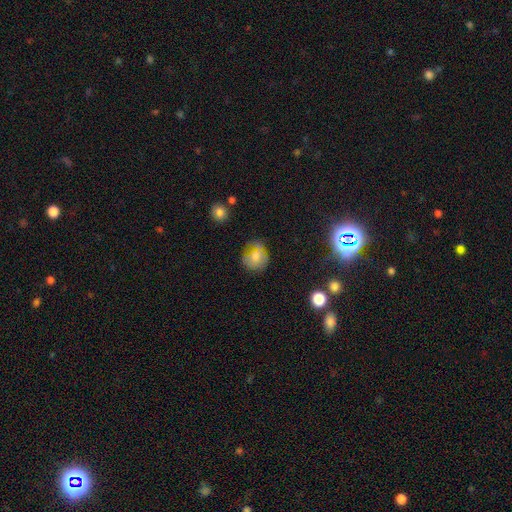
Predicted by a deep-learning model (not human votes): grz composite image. It shows a smooth galaxy with no disk features (64%) that is round (79%). Merging: none (57%).